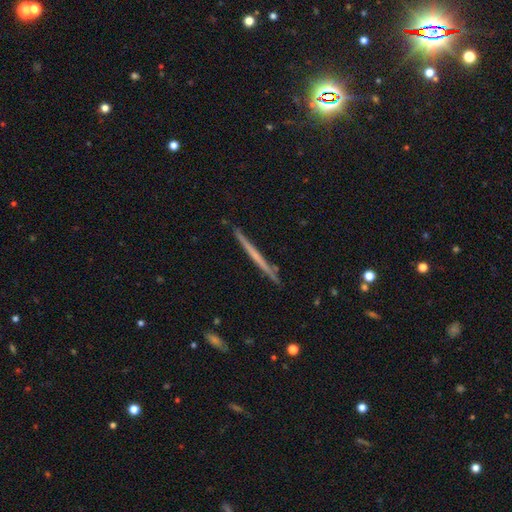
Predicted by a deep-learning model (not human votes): A featured or disk galaxy (55%) viewed edge-on (97%) with no central bulge (89%). Merging: none (90%).